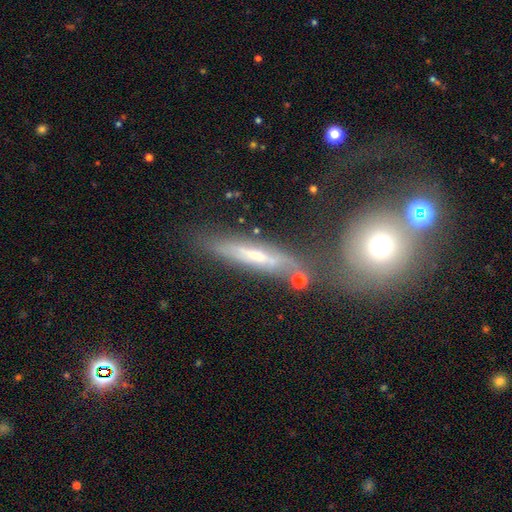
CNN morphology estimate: type=featured or disk (56%); edge-on=yes (77%); merging=none (66%).